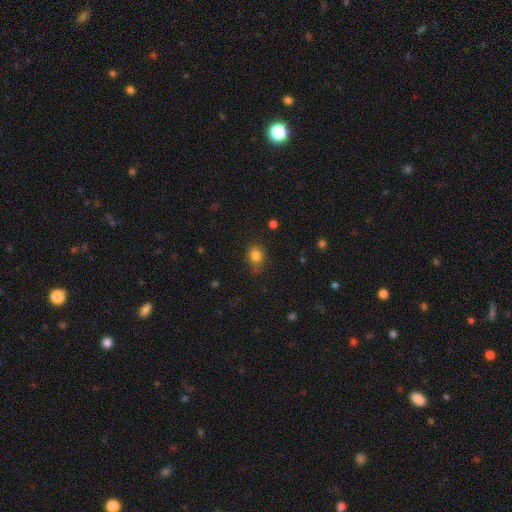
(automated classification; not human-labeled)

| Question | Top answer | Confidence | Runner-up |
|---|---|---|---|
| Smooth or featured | smooth | 82% | star or artifact (12%) |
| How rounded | round | 68% | in between (31%) |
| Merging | none | 79% | minor disturbance (15%) |